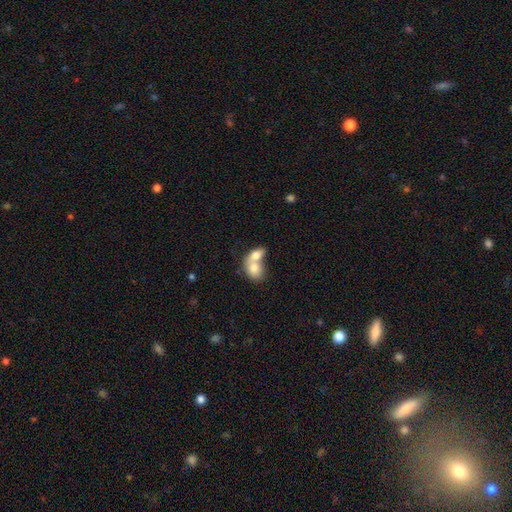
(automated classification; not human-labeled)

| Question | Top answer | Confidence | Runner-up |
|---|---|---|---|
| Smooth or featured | smooth | 73% | featured or disk (20%) |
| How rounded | in between | 71% | round (26%) |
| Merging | merger | 79% | none (14%) |